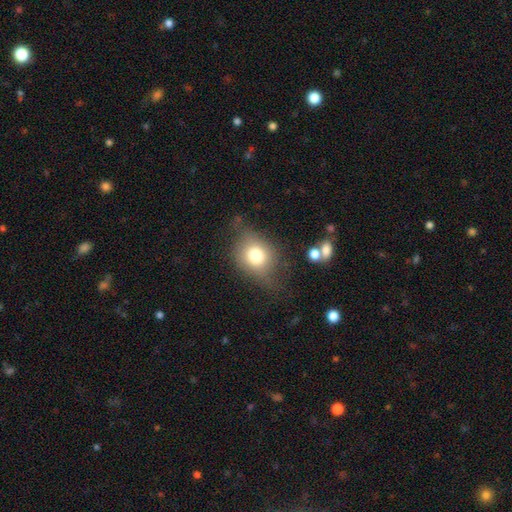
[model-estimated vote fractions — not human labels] Smooth or featured: smooth — 70% (featured or disk — 19%)
How rounded: in between — 51% (round — 47%)
Merging: none — 55% (minor disturbance — 27%)